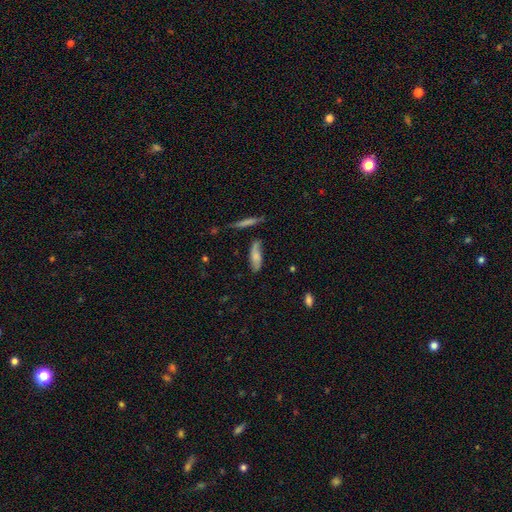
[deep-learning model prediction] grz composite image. It shows a smooth galaxy with no disk features (63%) that is in between round and cigar-shaped (57%). Merging: none (59%).